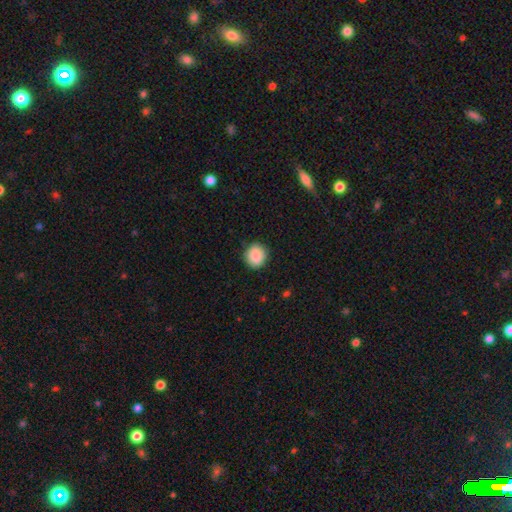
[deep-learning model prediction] Morphology: type=smooth (89%); roundness=round (80%); merging=none (88%).